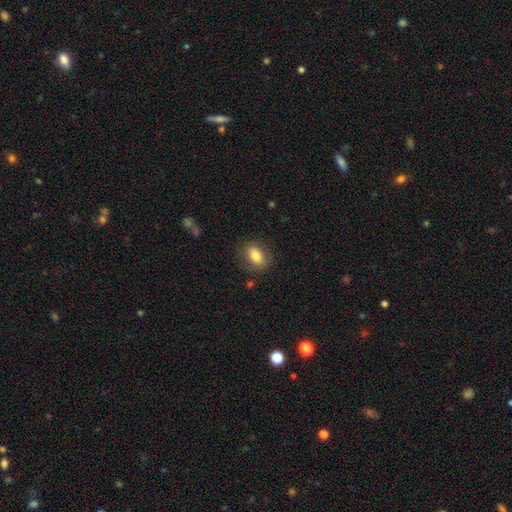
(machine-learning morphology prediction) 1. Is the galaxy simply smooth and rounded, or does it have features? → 80% smooth, 12% featured or disk, 8% star or artifact.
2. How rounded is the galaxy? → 81% in between, 16% round, 3% cigar-shaped.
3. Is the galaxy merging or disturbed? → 79% none, 14% minor disturbance, 5% major disturbance, 2% merger.